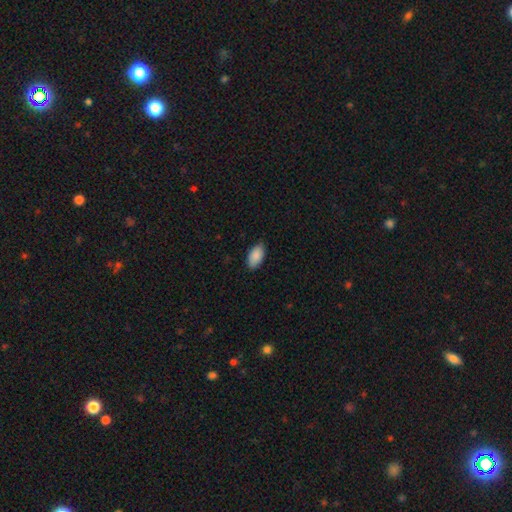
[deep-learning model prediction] smooth 89%, star or artifact 7%, featured or disk 4%. Down the decision tree: how rounded — in between (95%); merging — none (85%).